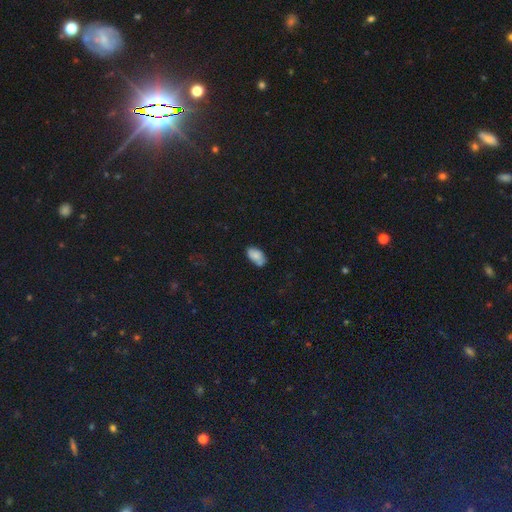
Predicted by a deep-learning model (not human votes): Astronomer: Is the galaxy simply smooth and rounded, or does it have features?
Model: smooth — 80%.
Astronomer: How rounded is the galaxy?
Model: in between — 93%.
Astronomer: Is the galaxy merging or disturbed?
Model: none — 66%.